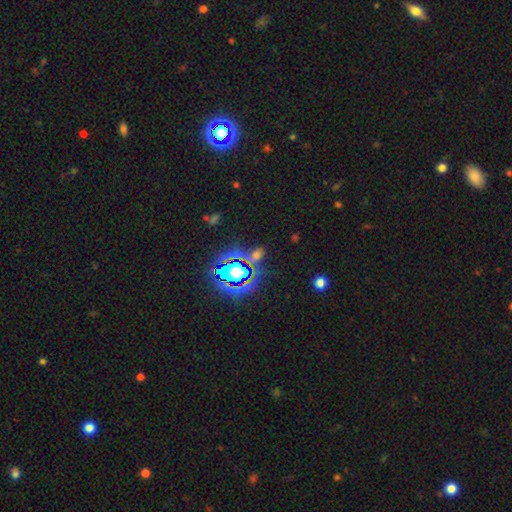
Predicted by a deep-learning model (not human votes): Q: Smooth or featured?
A: star or artifact (54%); runner-up: smooth (34%)